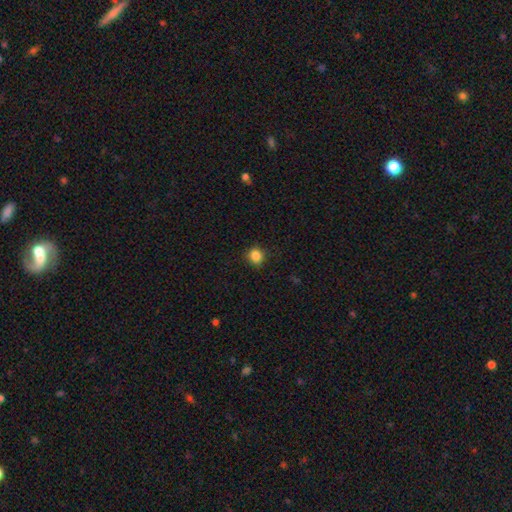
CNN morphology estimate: A smooth galaxy with no disk features (86%) that is round (80%).

Vote fractions:
- Smooth or featured? smooth: 86% / star or artifact: 11% / featured or disk: 4%
- How rounded? round: 80% / in between: 19% / cigar-shaped: 1%
- Merging? none: 86% / minor disturbance: 10% / major disturbance: 3% / merger: 1%